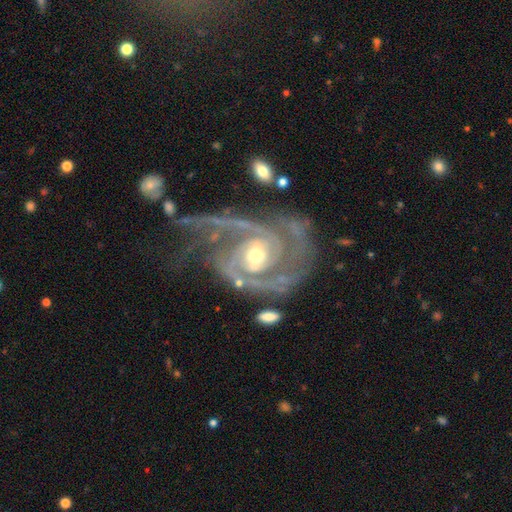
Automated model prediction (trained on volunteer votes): smooth_or_featured: featured or disk (p=0.93) [alt: star or artifact p=0.04]
disk_edge_on: no (p=0.98) [alt: yes p=0.02]
bar: no (p=0.44) [alt: weak p=0.36]
has_spiral_arms: yes (p=0.98) [alt: no p=0.02]
spiral_winding: tight (p=0.50) [alt: medium p=0.40]
spiral_arm_count: 2 (p=0.56) [alt: 3 p=0.18]
bulge_size: moderate (p=0.55) [alt: small p=0.39]
merging: none (p=0.48) [alt: major disturbance p=0.26]